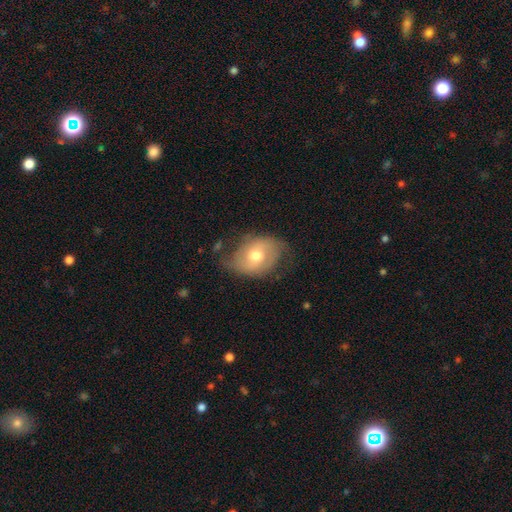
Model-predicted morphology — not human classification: featured or disk 47%, smooth 45%, star or artifact 8%. Down the decision tree: merging — none (55%).